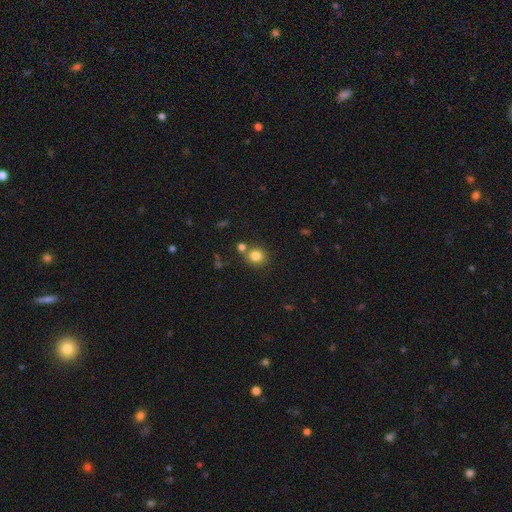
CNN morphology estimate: This is clearly a smooth galaxy (83%). How rounded: clearly round (84%). Merging: likely none (73%).